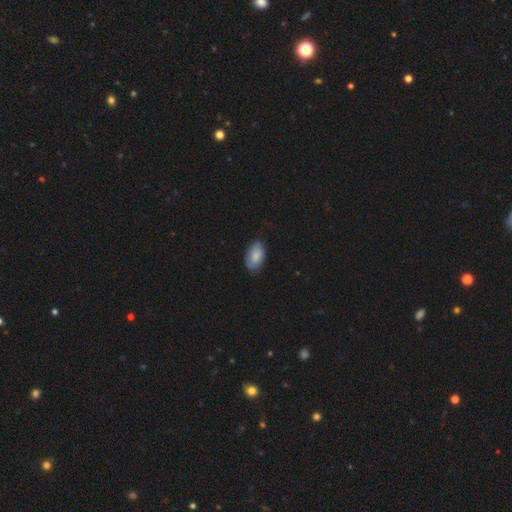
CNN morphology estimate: Smooth or featured? smooth (83%)
How rounded? in between (93%)
Merging? none (80%)